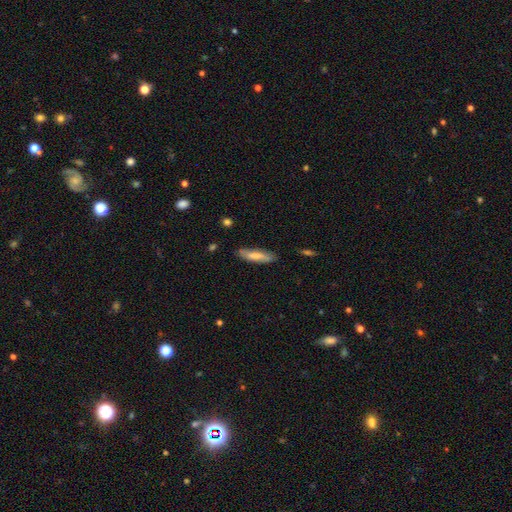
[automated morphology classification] The model was most divided on "smooth or featured": smooth: 69%, featured or disk: 25%, star or artifact: 6%. More confident: merging — none (81%); how rounded — cigar-shaped (72%).